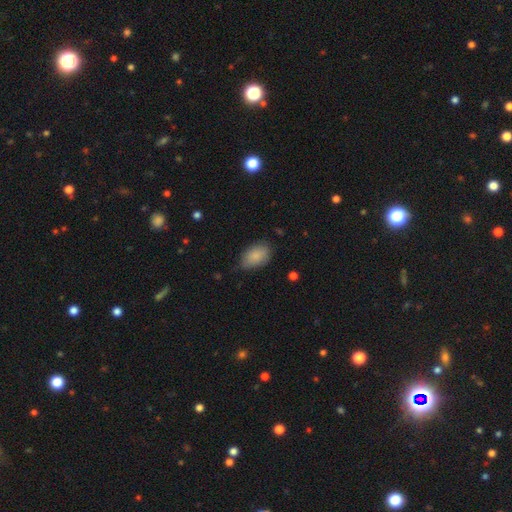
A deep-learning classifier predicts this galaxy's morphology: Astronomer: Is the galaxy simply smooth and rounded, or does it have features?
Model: smooth — 86%.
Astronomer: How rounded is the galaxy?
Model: in between — 90%.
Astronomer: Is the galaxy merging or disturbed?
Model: none — 67%.